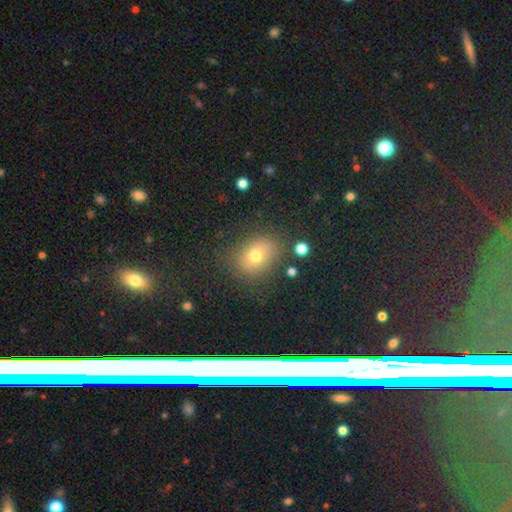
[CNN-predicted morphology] Q: Smooth or featured?
A: smooth (70%); runner-up: featured or disk (16%)
Q: How rounded?
A: in between (52%); runner-up: round (47%)
Q: Merging?
A: none (75%); runner-up: minor disturbance (15%)